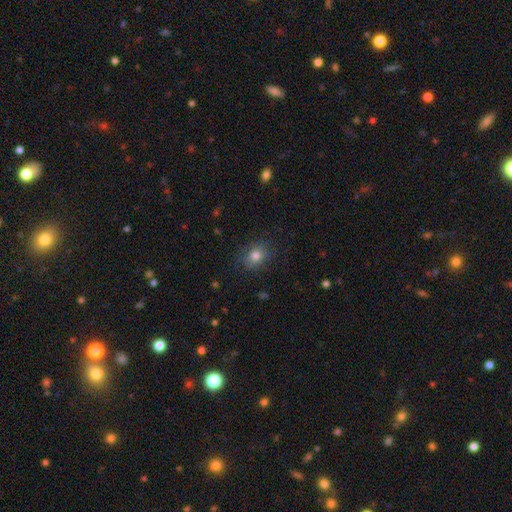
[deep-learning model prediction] The model was most divided on "how rounded": in between: 57%, round: 42%, cigar-shaped: 1%. More confident: merging — none (80%); smooth or featured — smooth (77%).